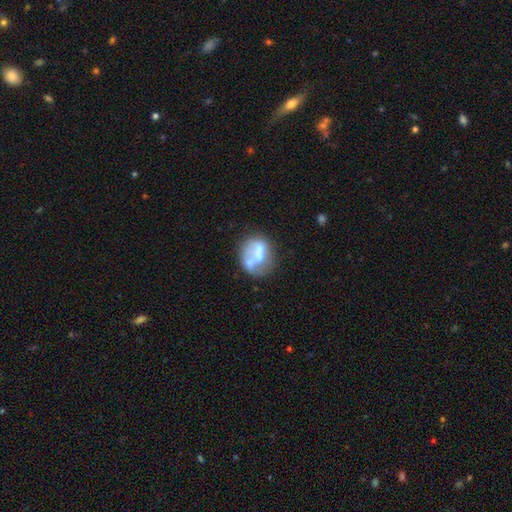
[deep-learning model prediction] A smooth galaxy with no disk features (46%).

Vote fractions:
- Smooth or featured? smooth: 46% / featured or disk: 45% / star or artifact: 9%
- Merging? none: 37% / merger: 26% / minor disturbance: 19% / major disturbance: 18%